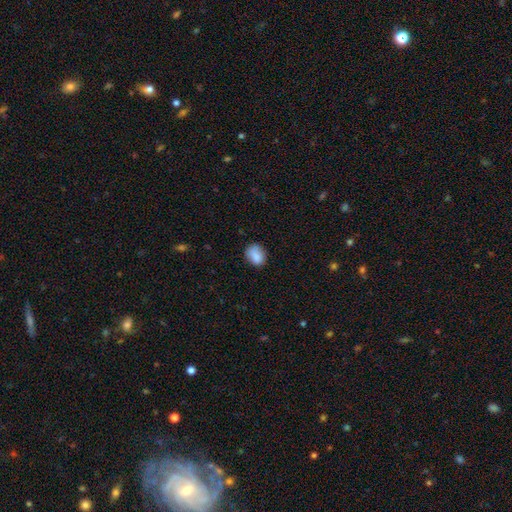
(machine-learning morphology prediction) smooth 85%, star or artifact 9%, featured or disk 6%. Down the decision tree: how rounded — in between (61%); merging — none (74%).